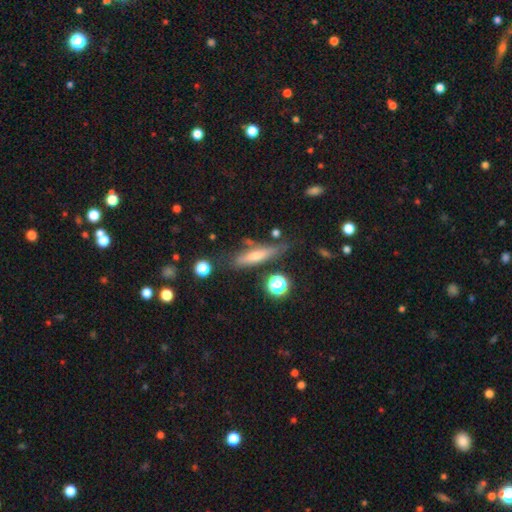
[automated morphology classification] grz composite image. It shows a smooth galaxy with no disk features (48%). Merging: none (71%).